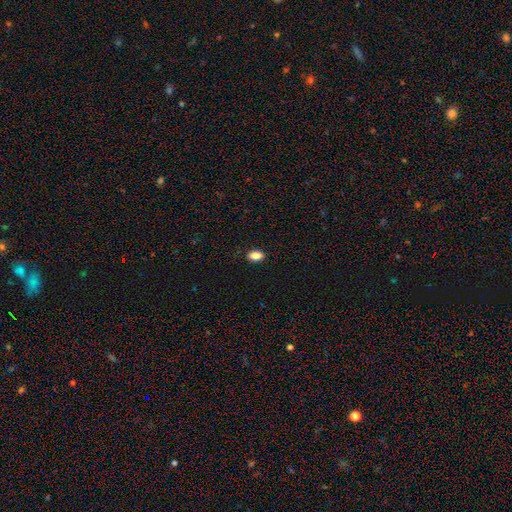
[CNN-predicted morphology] The model was most divided on "how rounded": in between: 81%, round: 17%, cigar-shaped: 2%. More confident: merging — none (88%); smooth or featured — smooth (86%).